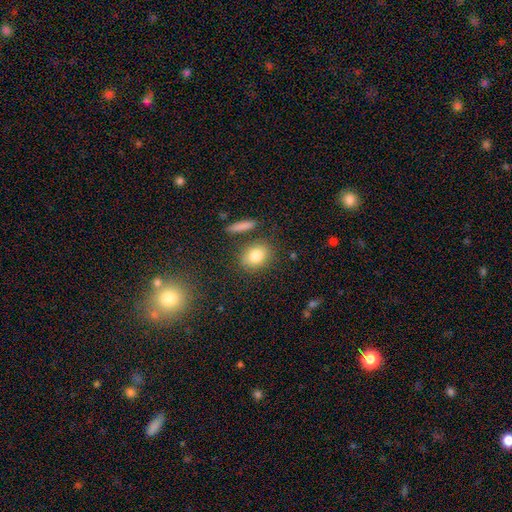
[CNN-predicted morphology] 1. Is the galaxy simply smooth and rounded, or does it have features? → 81% smooth, 9% featured or disk, 9% star or artifact.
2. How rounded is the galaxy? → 49% in between, 48% round, 3% cigar-shaped.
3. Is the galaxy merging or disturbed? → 79% none, 11% minor disturbance, 6% merger, 4% major disturbance.